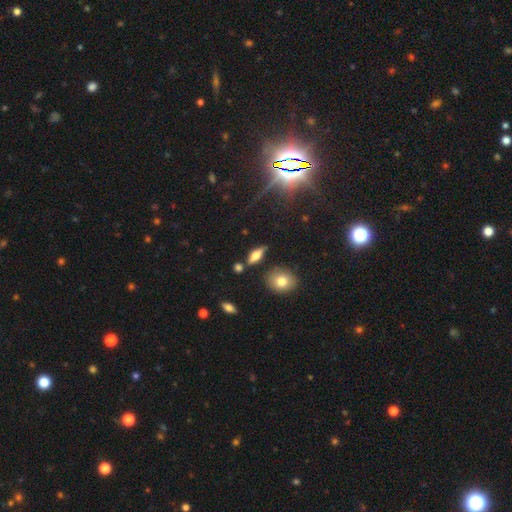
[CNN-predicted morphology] smooth-or-featured: smooth: 53% | featured or disk: 36% | star or artifact: 12%
  how-rounded: in between: 61% | cigar-shaped: 31% | round: 7%
  merging: none: 76% | minor disturbance: 14% | merger: 6% | major disturbance: 4%